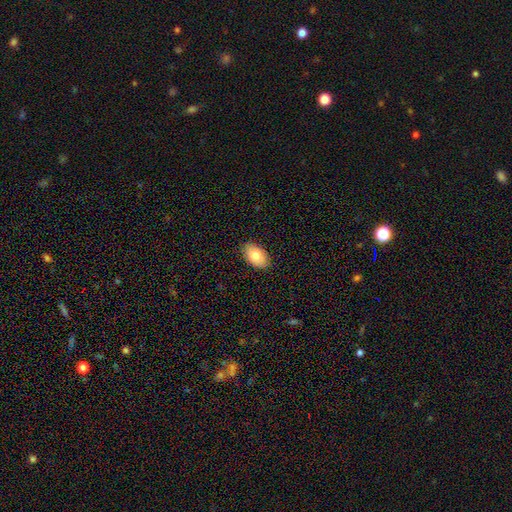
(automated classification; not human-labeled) smooth_or_featured: smooth (p=0.80) [alt: featured or disk p=0.13]
how_rounded: in between (p=0.93) [alt: round p=0.06]
merging: none (p=0.88) [alt: minor disturbance p=0.09]